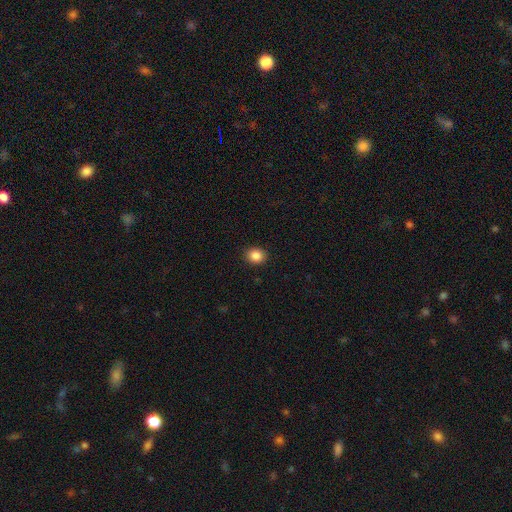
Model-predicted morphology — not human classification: smooth 87%, star or artifact 9%, featured or disk 3%. Down the decision tree: how rounded — round (67%); merging — none (91%).